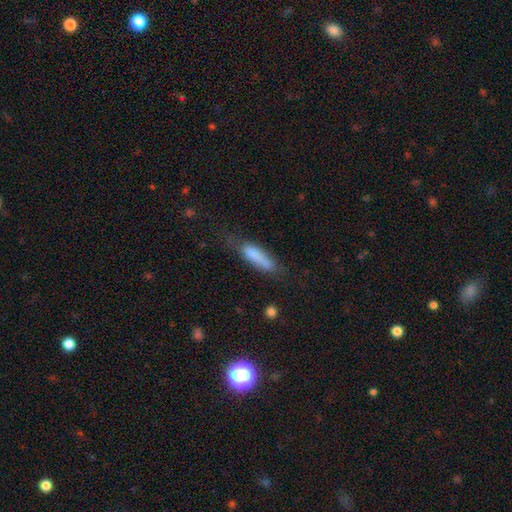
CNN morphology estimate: This is likely a smooth galaxy (77%). How rounded: likely cigar-shaped (65%). Merging: possibly none (51%).